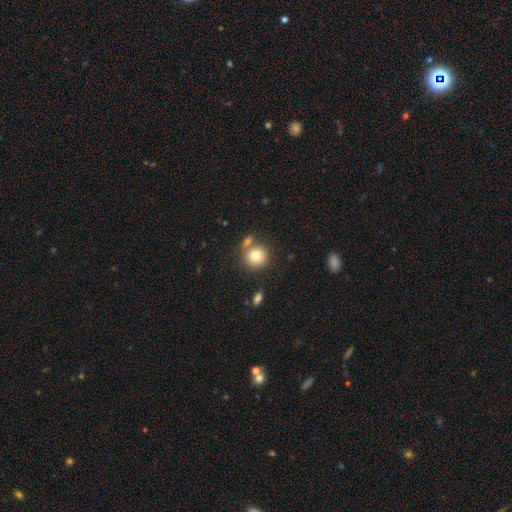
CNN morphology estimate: smooth_or_featured: smooth (p=0.80) [alt: featured or disk p=0.11]
how_rounded: round (p=0.89) [alt: in between p=0.10]
merging: none (p=0.65) [alt: merger p=0.20]